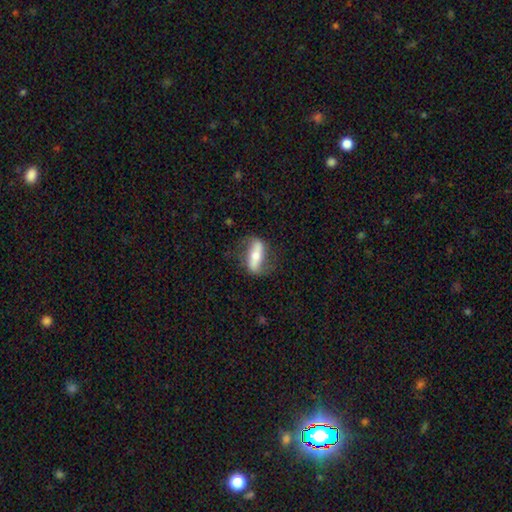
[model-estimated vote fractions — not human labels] Smooth or featured: featured or disk — 61% (smooth — 33%)
Edge-on disk: no — 69% (yes — 31%)
Merging: none — 71% (minor disturbance — 18%)